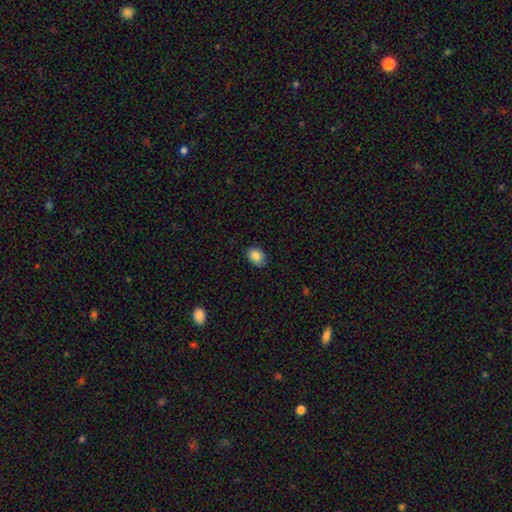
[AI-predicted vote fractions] Smooth or featured?
  - smooth: 84% *
  - star or artifact: 8%
  - featured or disk: 7%
How rounded?
  - in between: 65% *
  - round: 34%
  - cigar-shaped: 1%
Merging?
  - none: 81% *
  - minor disturbance: 16%
  - major disturbance: 3%
  - merger: 1%